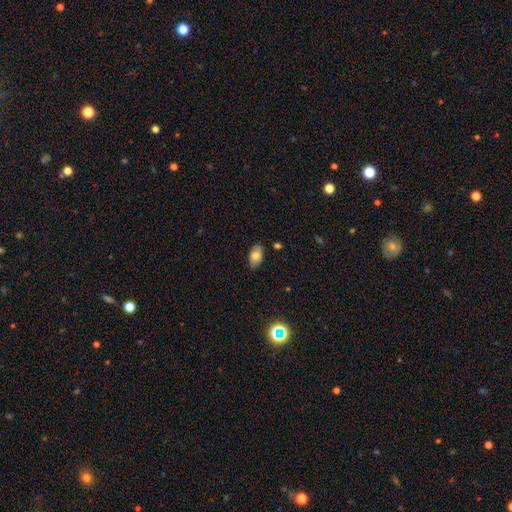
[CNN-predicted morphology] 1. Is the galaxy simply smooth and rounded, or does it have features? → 77% smooth, 15% featured or disk, 8% star or artifact.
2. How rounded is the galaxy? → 92% in between, 6% round, 2% cigar-shaped.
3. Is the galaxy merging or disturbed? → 82% none, 14% minor disturbance, 2% major disturbance, 2% merger.